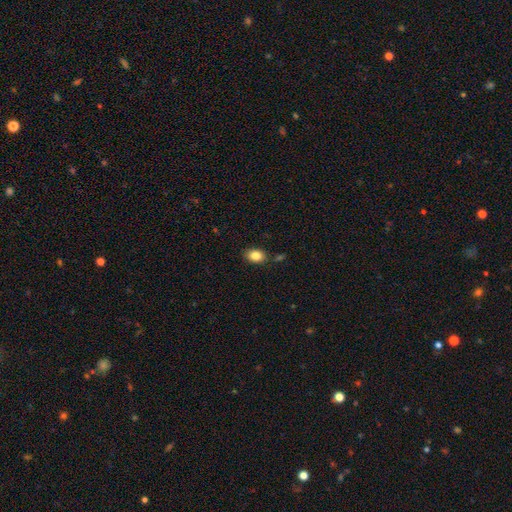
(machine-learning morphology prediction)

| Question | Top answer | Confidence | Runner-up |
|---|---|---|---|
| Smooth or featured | smooth | 85% | star or artifact (9%) |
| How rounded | in between | 76% | round (23%) |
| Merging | none | 83% | minor disturbance (11%) |